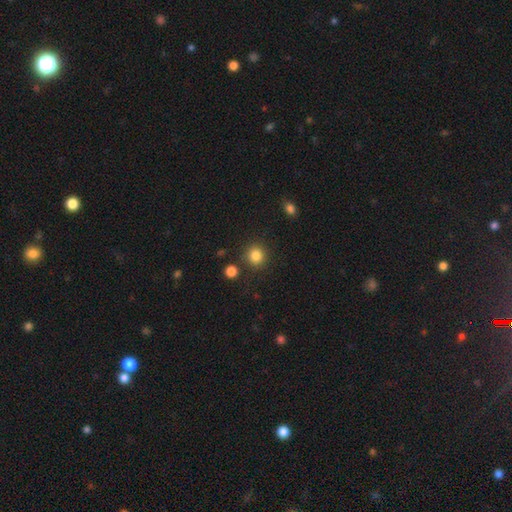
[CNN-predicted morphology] This appears to be a smooth galaxy with no disk features (84%) that is round (90%). Merging: none (86%).